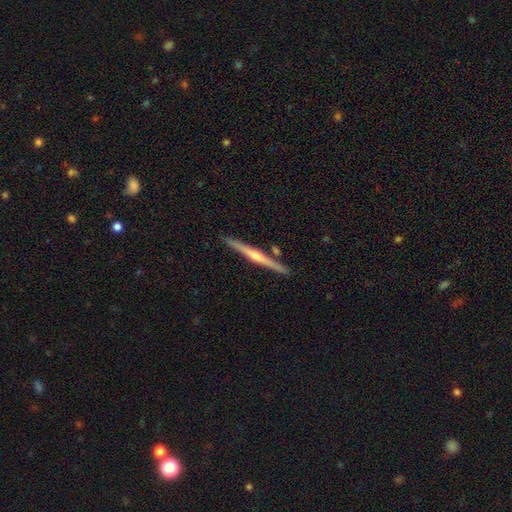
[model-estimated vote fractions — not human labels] A featured or disk galaxy (80%) viewed edge-on (98%) with a rounded central bulge (81%).

Vote fractions:
- Smooth or featured? featured or disk: 80% / smooth: 15% / star or artifact: 5%
- Edge-on disk? yes: 98% / no: 2%
- Edge-on bulge? rounded: 81% / none: 13% / boxy: 6%
- Merging? none: 90% / minor disturbance: 6% / merger: 2% / major disturbance: 1%